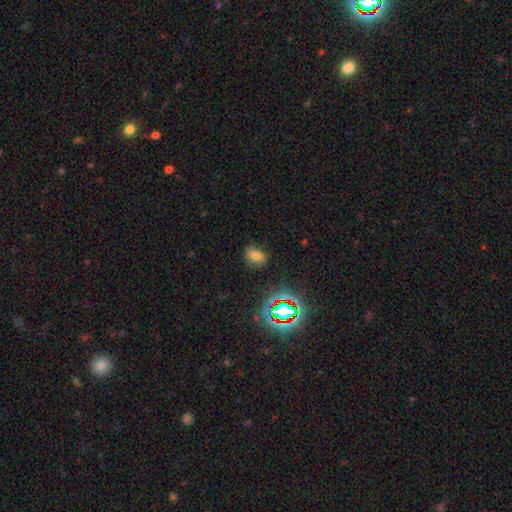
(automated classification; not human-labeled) This is likely a smooth galaxy (67%). How rounded: likely in between (78%). Merging: likely none (76%).